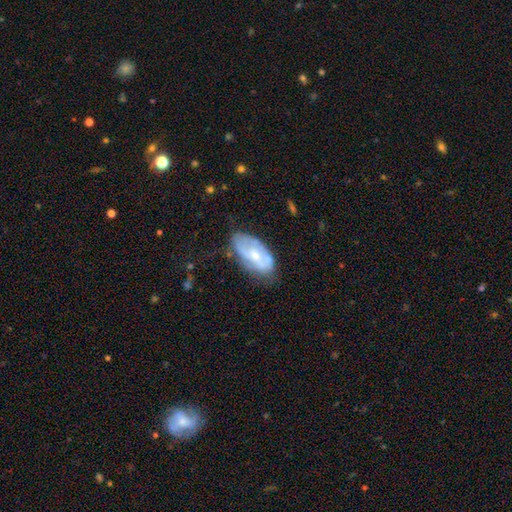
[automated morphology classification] type=featured or disk (54%); edge-on=no (93%); bar=no (63%); spiral arms=yes (54%); bulge=small (53%); merging=none (56%).